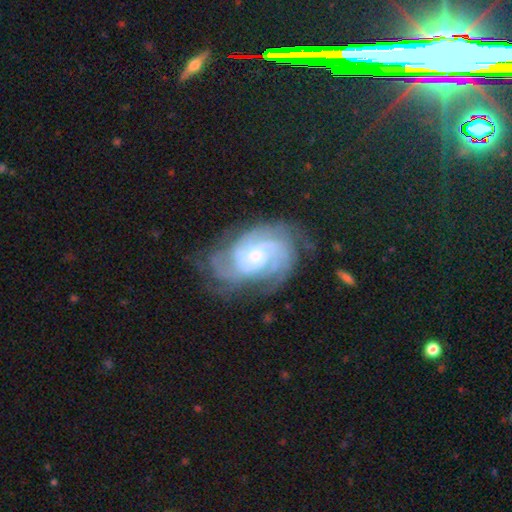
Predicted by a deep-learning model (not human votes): smooth-or-featured: featured or disk: 87% | smooth: 7% | star or artifact: 6%
  disk-edge-on: no: 97% | yes: 3%
    bar: no: 70% | weak: 25% | strong: 5%
    has-spiral-arms: yes: 97% | no: 3%
      spiral-winding: tight: 69% | medium: 26% | loose: 5%
      spiral-arm-count: can't tell: 26% | 3: 23% | 4: 21% | 2: 16% | more than 4: 8% | 1: 6%
    bulge-size: small: 62% | moderate: 33% | large: 2% | none: 2% | dominant: 1%
  merging: none: 69% | minor disturbance: 20% | major disturbance: 9% | merger: 2%